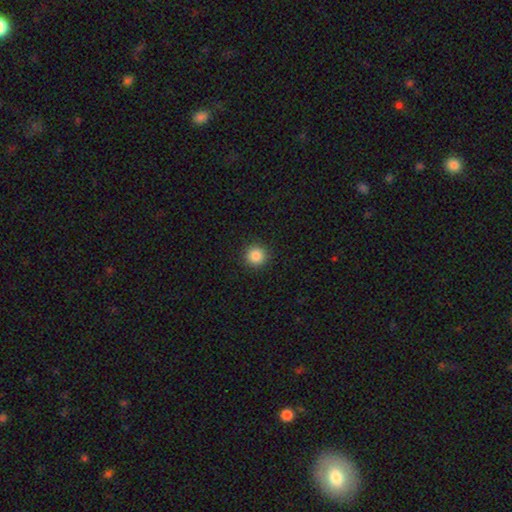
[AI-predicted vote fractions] Smooth or featured?
  - smooth: 86% *
  - star or artifact: 10%
  - featured or disk: 3%
How rounded?
  - round: 95% *
  - in between: 4%
  - cigar-shaped: 1%
Merging?
  - none: 92% *
  - minor disturbance: 5%
  - major disturbance: 2%
  - merger: 1%